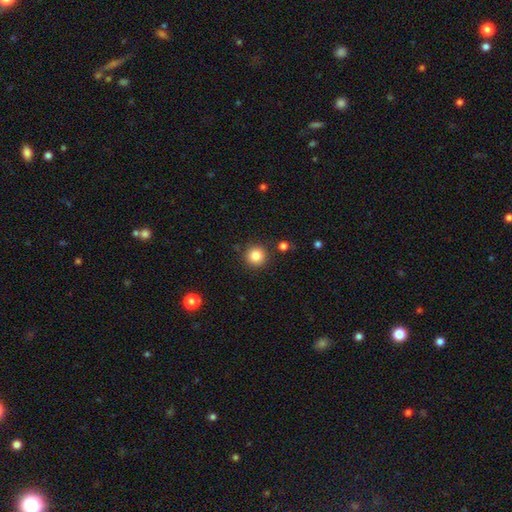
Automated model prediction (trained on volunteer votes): A smooth galaxy with no disk features (85%) that is round (95%). Merging: none (89%).